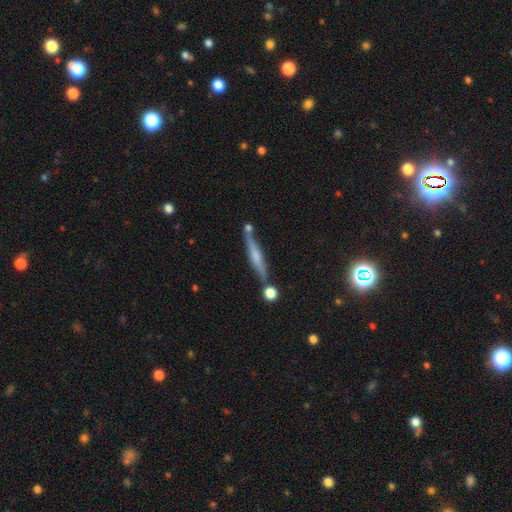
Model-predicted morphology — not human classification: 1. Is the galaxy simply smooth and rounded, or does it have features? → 56% featured or disk, 36% smooth, 8% star or artifact.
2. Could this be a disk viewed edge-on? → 94% yes, 6% no.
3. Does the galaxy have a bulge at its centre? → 50% rounded, 26% none, 24% boxy.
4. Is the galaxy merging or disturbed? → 75% none, 13% minor disturbance, 8% merger, 3% major disturbance.